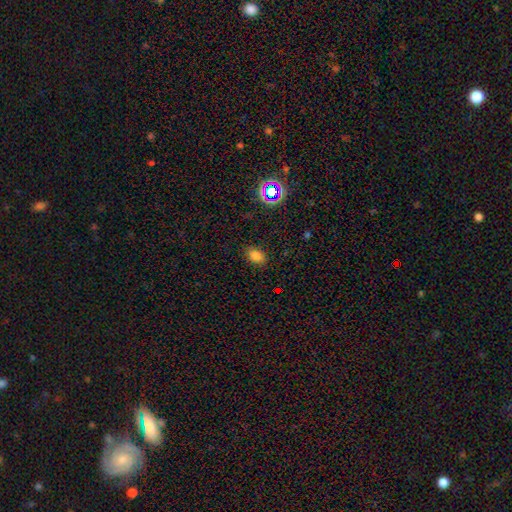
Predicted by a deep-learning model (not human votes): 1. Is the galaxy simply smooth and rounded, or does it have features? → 78% smooth, 16% star or artifact, 6% featured or disk.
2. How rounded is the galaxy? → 77% in between, 21% round, 1% cigar-shaped.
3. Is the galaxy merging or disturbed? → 85% none, 11% minor disturbance, 3% major disturbance, 1% merger.